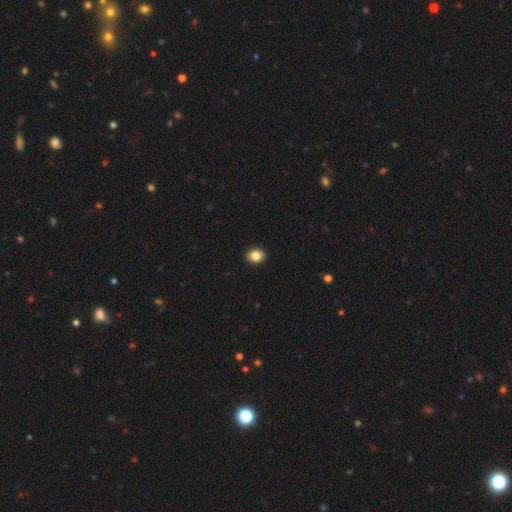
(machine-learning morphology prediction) Smooth or featured? Predicted: smooth (p=0.85). How rounded? Predicted: round (p=0.50). Merging? Predicted: none (p=0.92).